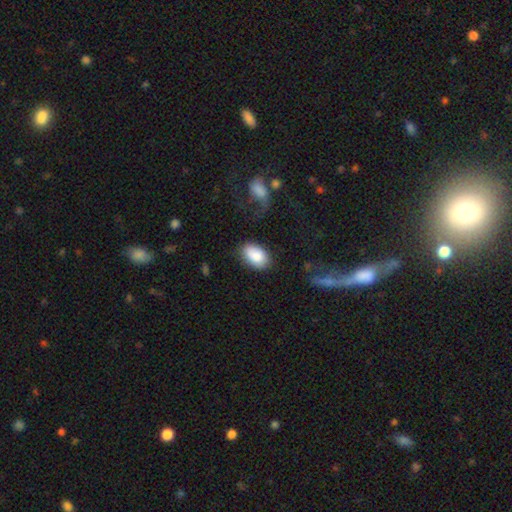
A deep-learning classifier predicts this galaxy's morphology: This is clearly a smooth galaxy (86%). How rounded: clearly in between (90%). Merging: likely none (72%).